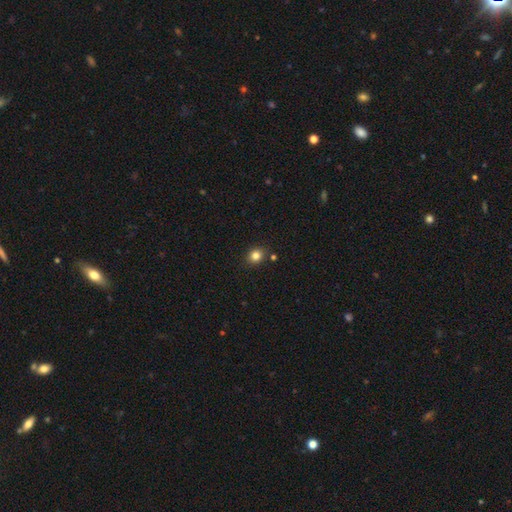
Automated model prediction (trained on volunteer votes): smooth 82%, star or artifact 13%, featured or disk 6%. Down the decision tree: how rounded — round (72%); merging — none (85%).